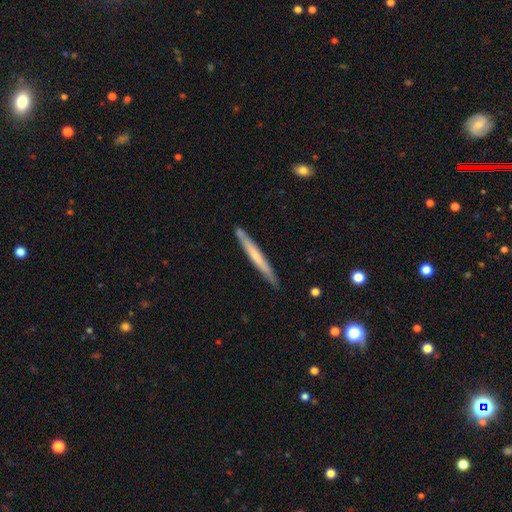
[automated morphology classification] A smooth galaxy with no disk features (50%).

Vote fractions:
- Smooth or featured? smooth: 50% / featured or disk: 45% / star or artifact: 5%
- Merging? none: 85% / minor disturbance: 11% / merger: 3% / major disturbance: 2%